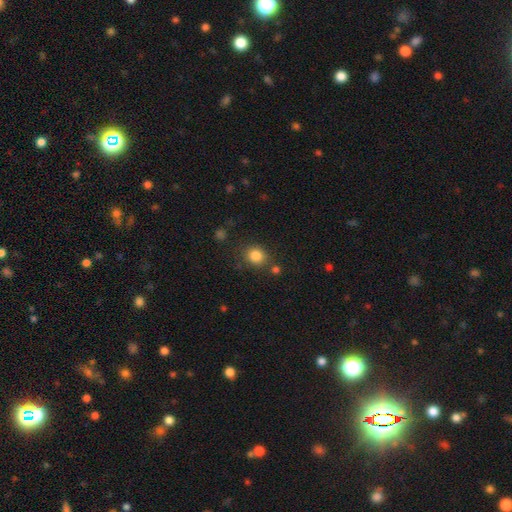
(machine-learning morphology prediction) This appears to be a smooth galaxy with no disk features (84%) that is round (74%). Merging: none (78%).